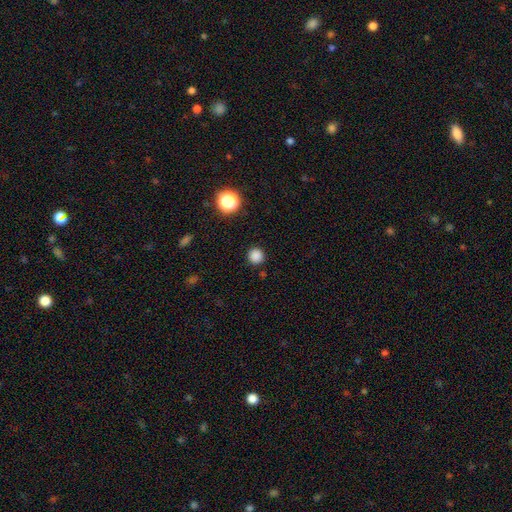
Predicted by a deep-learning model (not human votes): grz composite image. It shows a smooth galaxy with no disk features (84%) that is round (95%). Merging: none (90%).